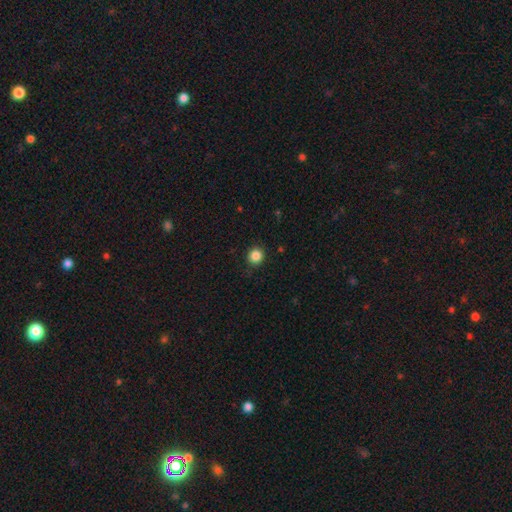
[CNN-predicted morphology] A smooth galaxy with no disk features (86%) that is round (88%).

Vote fractions:
- Smooth or featured? smooth: 86% / star or artifact: 11% / featured or disk: 4%
- How rounded? round: 88% / in between: 11% / cigar-shaped: 1%
- Merging? none: 89% / minor disturbance: 8% / major disturbance: 2% / merger: 1%